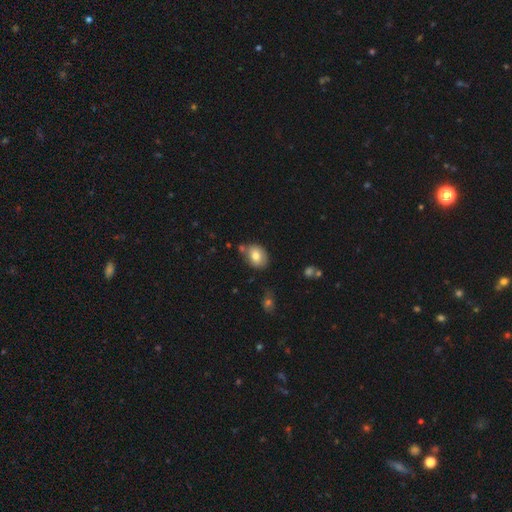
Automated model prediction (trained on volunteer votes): This appears to be a smooth galaxy with no disk features (78%) that is in between round and cigar-shaped (65%). Merging: none (70%).